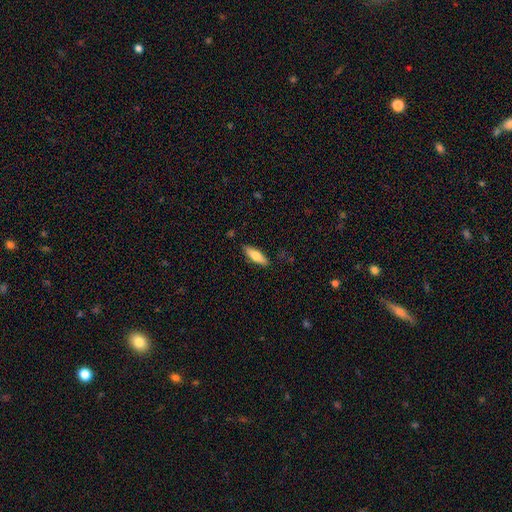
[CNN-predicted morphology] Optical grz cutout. It shows a smooth galaxy with no disk features (71%) that is cigar-shaped (53%). Merging: none (85%).